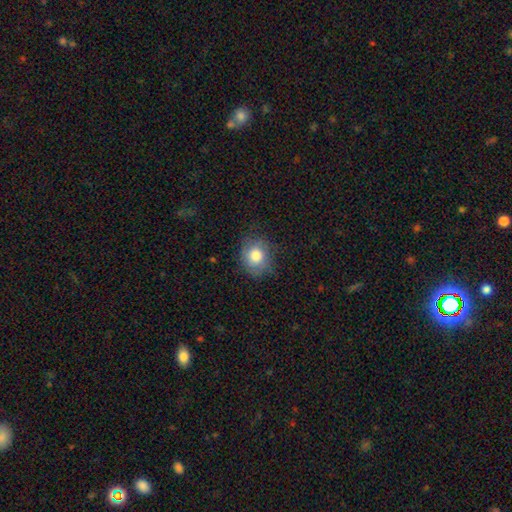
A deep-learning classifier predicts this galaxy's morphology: Overall: smooth (75%). How rounded: round (65%; in between 34%). Merging: none (70%).